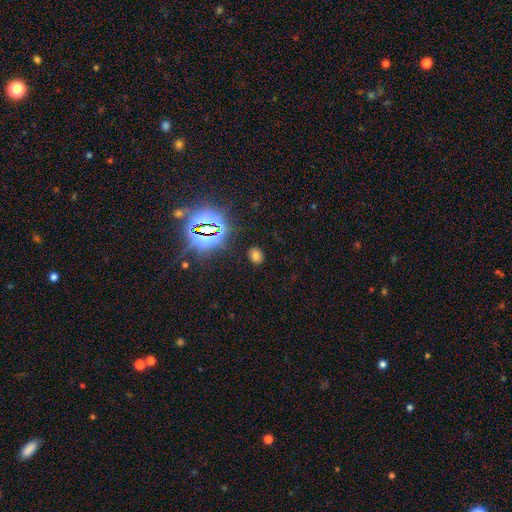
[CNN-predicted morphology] This appears to be a smooth galaxy with no disk features (62%) that is in between round and cigar-shaped (57%). Merging: none (85%).